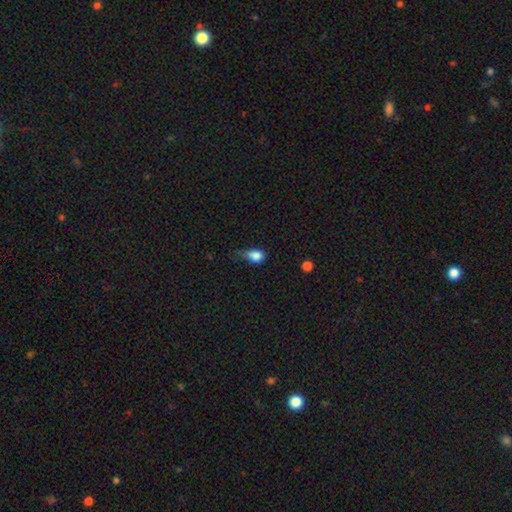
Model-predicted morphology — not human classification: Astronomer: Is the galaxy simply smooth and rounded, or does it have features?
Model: smooth — 83%.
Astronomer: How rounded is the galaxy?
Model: in between — 67%.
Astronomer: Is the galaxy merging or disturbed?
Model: minor disturbance — 44% (runner-up: none, 30%).